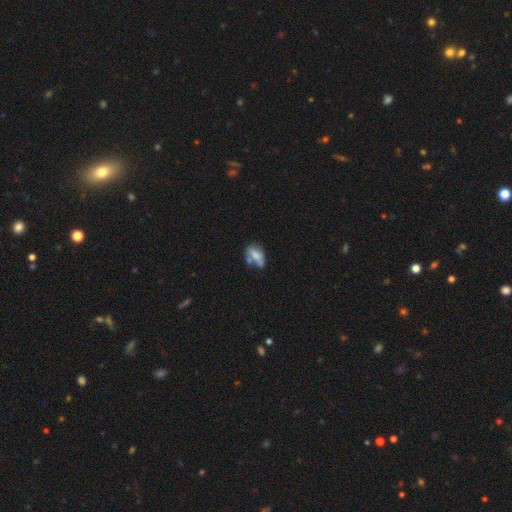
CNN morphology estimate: This appears to be a smooth galaxy with no disk features (64%) that is in between round and cigar-shaped (81%). Merging: none (38%).